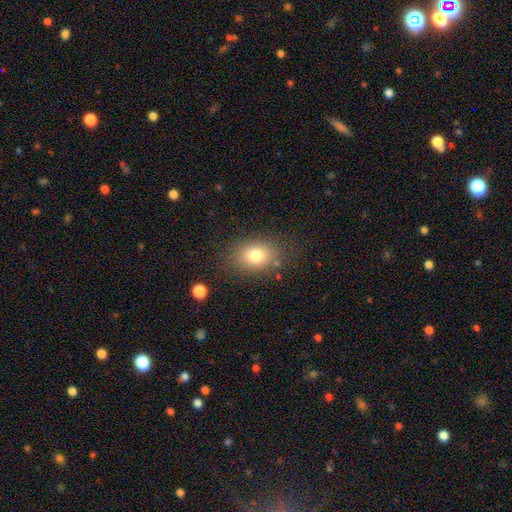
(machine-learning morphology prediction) Smooth or featured: smooth — 78% (star or artifact — 11%)
How rounded: in between — 67% (round — 32%)
Merging: none — 79% (minor disturbance — 13%)